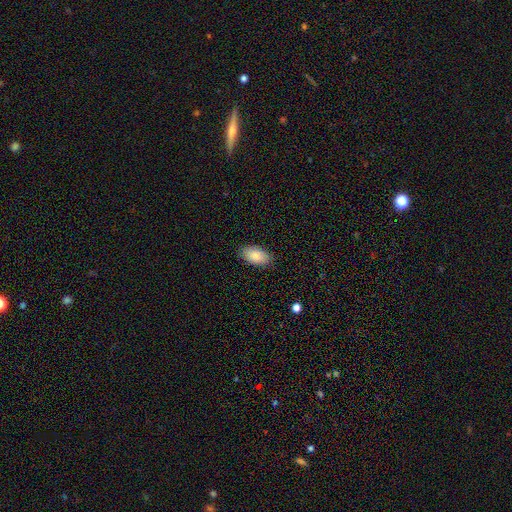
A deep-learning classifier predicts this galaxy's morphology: type=smooth (86%); roundness=in between (94%); merging=none (87%).